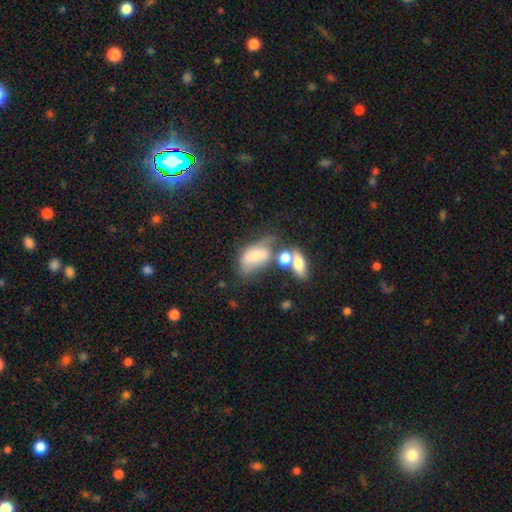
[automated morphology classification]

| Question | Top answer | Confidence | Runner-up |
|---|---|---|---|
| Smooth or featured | smooth | 59% | featured or disk (32%) |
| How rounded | in between | 88% | round (9%) |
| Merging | merger | 39% | none (21%) |